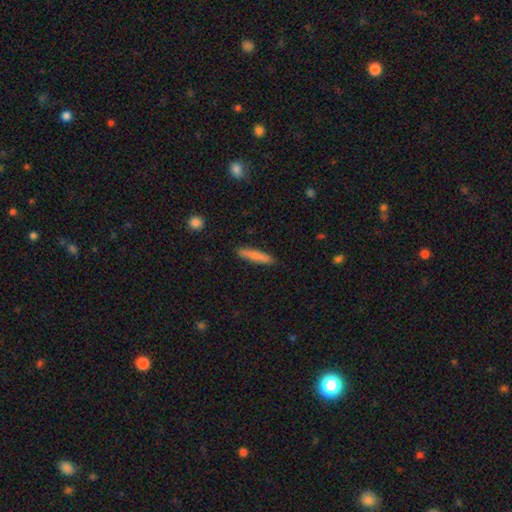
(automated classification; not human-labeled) Smooth or featured: smooth — 77% (featured or disk — 17%)
How rounded: cigar-shaped — 88% (in between — 11%)
Merging: none — 88% (minor disturbance — 9%)